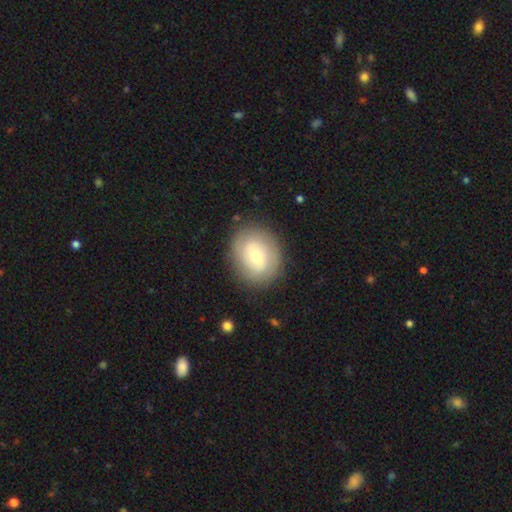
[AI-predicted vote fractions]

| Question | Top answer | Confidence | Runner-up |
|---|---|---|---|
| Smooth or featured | featured or disk | 51% | smooth (41%) |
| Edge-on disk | no | 96% | yes (4%) |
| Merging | none | 85% | minor disturbance (10%) |